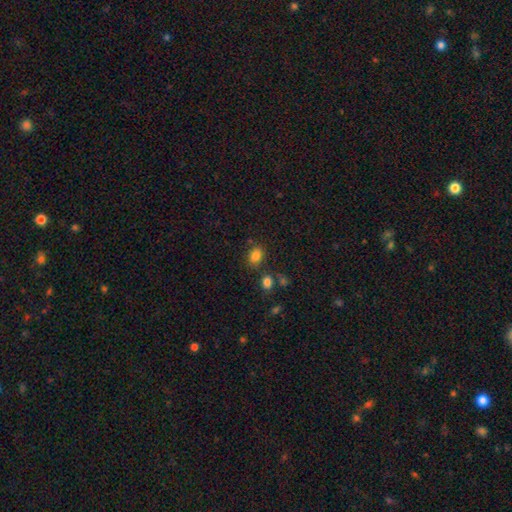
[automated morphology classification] Smooth or featured?
  - smooth: 83% *
  - star or artifact: 11%
  - featured or disk: 6%
How rounded?
  - in between: 63% *
  - round: 36%
  - cigar-shaped: 1%
Merging?
  - none: 75% *
  - minor disturbance: 13%
  - merger: 8%
  - major disturbance: 4%